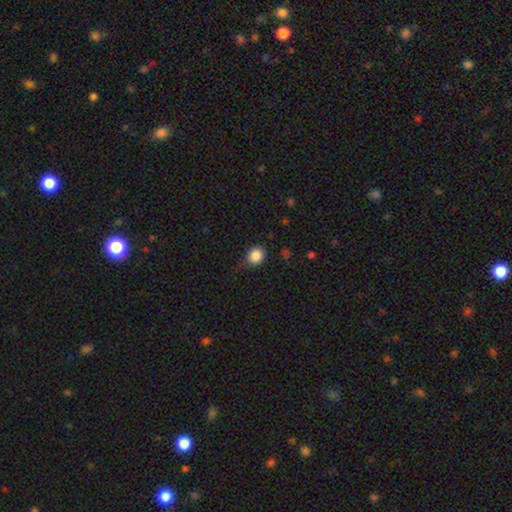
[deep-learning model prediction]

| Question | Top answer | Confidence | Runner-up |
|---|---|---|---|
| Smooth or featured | smooth | 85% | star or artifact (10%) |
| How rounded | round | 75% | in between (24%) |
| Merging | none | 66% | minor disturbance (26%) |